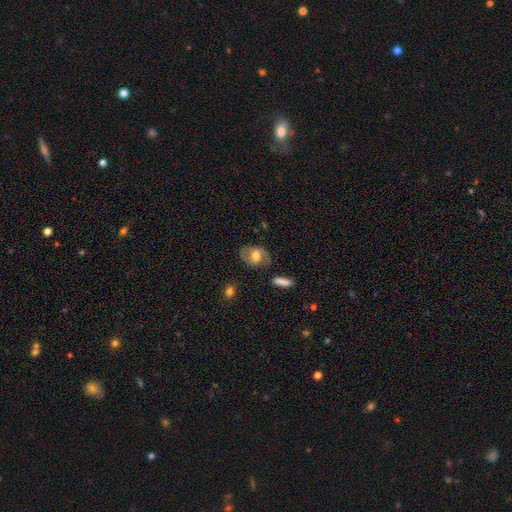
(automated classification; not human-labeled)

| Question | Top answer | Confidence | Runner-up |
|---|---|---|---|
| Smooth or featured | featured or disk | 57% | smooth (36%) |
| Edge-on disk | no | 94% | yes (6%) |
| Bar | no | 39% | tied: weak (39%) |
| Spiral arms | yes | 73% | no (27%) |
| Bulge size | moderate | 66% | large (16%) |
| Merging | none | 73% | minor disturbance (17%) |